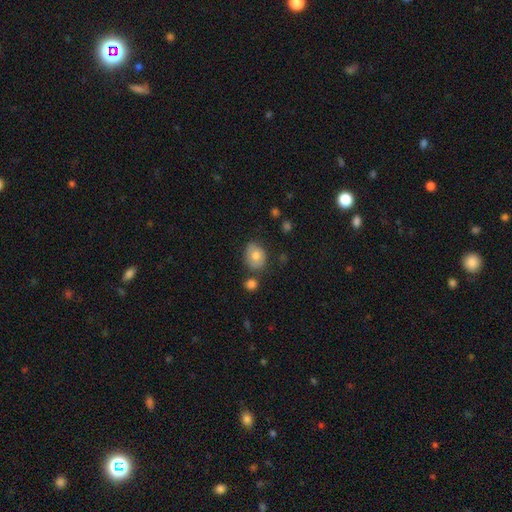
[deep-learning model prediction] This appears to be a smooth galaxy with no disk features (74%) that is in between round and cigar-shaped (54%). Merging: none (71%).